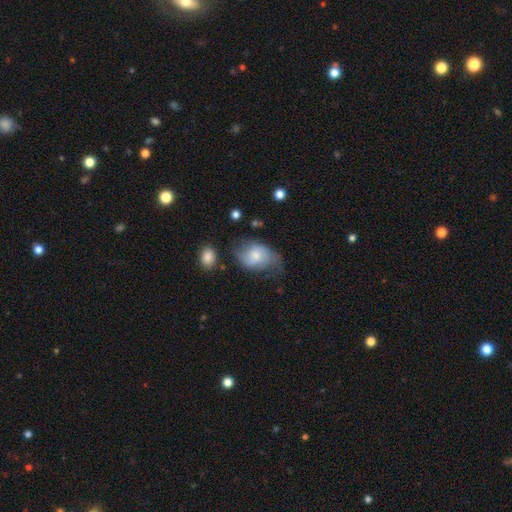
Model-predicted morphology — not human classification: Overall: smooth (57%; featured or disk 36%). How rounded: in between (74%). Merging: none (38%; minor disturbance 33%).